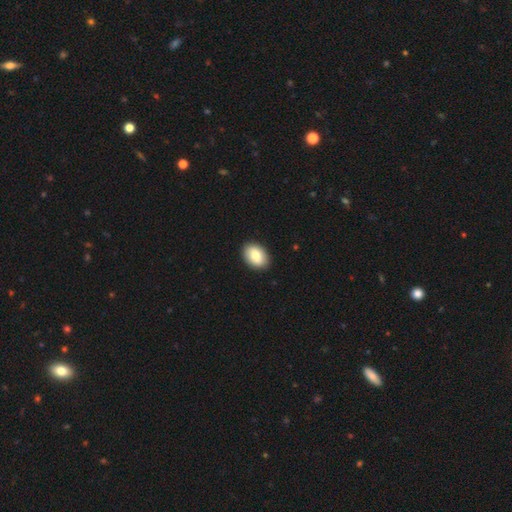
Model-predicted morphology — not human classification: smooth 83%, featured or disk 10%, star or artifact 6%. Down the decision tree: how rounded — in between (82%); merging — none (90%).